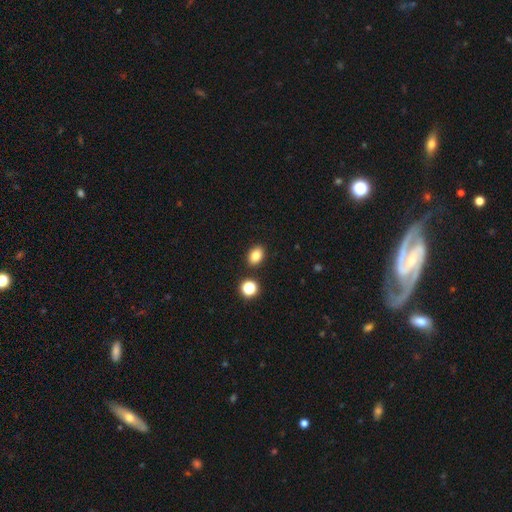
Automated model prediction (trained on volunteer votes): A smooth galaxy with no disk features (83%) that is in between round and cigar-shaped (73%).

Vote fractions:
- Smooth or featured? smooth: 83% / star or artifact: 11% / featured or disk: 6%
- How rounded? in between: 73% / round: 26% / cigar-shaped: 1%
- Merging? none: 86% / minor disturbance: 8% / merger: 4% / major disturbance: 2%